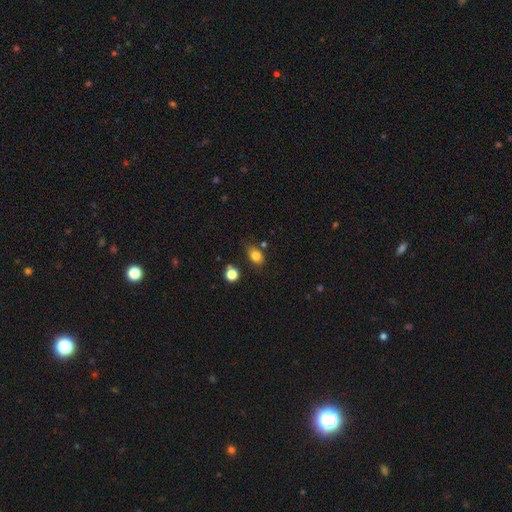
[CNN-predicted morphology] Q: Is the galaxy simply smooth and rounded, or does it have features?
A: smooth — 81%.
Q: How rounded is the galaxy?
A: in between — 73%.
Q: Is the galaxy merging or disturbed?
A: none — 72%.